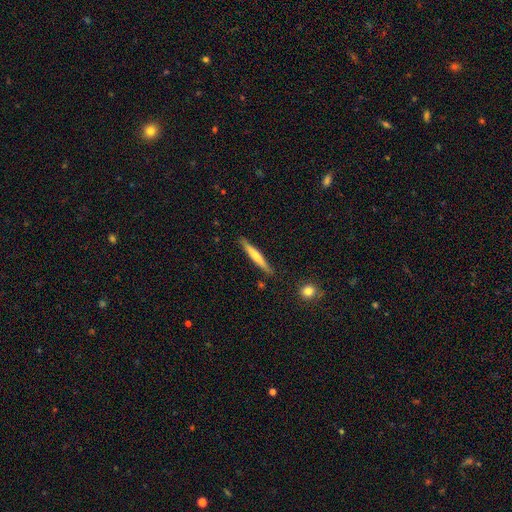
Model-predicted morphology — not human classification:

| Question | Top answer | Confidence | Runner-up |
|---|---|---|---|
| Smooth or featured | smooth | 52% | featured or disk (43%) |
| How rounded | cigar-shaped | 95% | in between (4%) |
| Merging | none | 87% | minor disturbance (10%) |